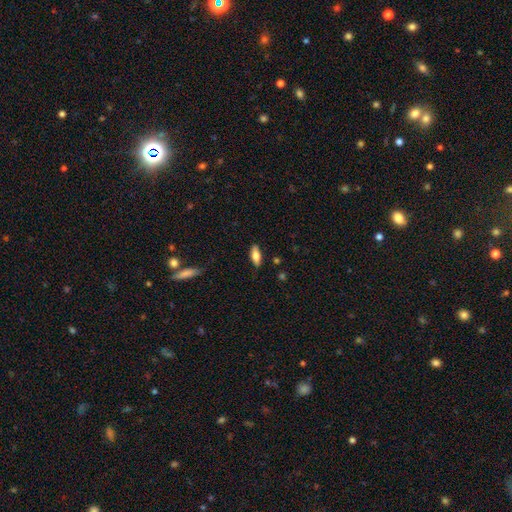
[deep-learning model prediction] The model was most divided on "smooth or featured": smooth: 72%, featured or disk: 22%, star or artifact: 7%. More confident: merging — none (84%); how rounded — in between (74%).